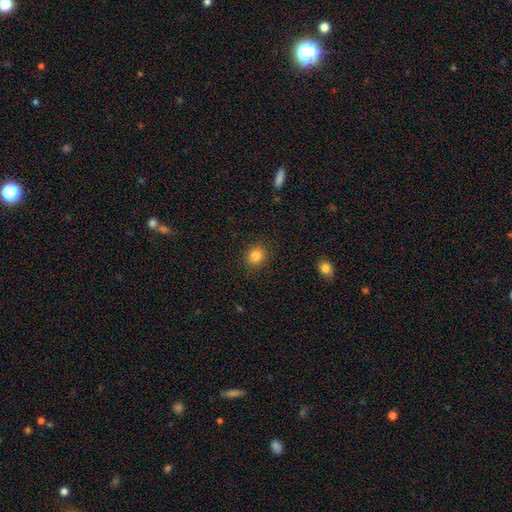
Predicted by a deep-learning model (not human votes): smooth 83%, star or artifact 12%, featured or disk 5%. Down the decision tree: how rounded — round (79%); merging — none (88%).